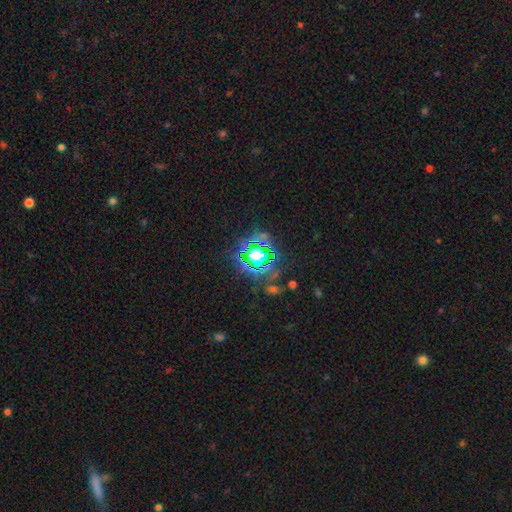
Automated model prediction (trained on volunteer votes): This is likely a star or artifact rather than a galaxy (77%).